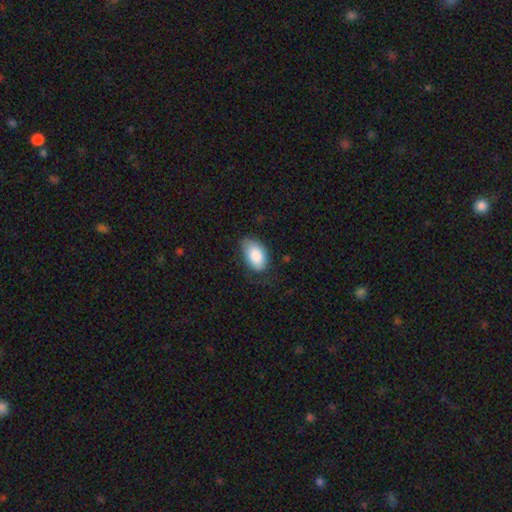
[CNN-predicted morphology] This appears to be a smooth galaxy with no disk features (84%) that is in between round and cigar-shaped (93%). Merging: none (60%).